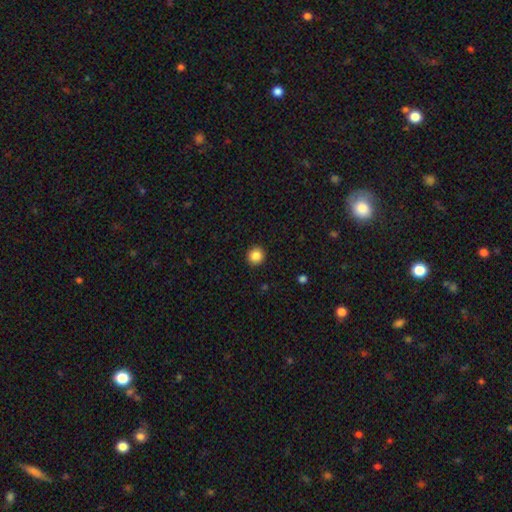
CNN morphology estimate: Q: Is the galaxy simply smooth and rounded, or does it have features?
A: smooth — 86%.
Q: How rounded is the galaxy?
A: round — 92%.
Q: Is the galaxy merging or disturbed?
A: none — 92%.